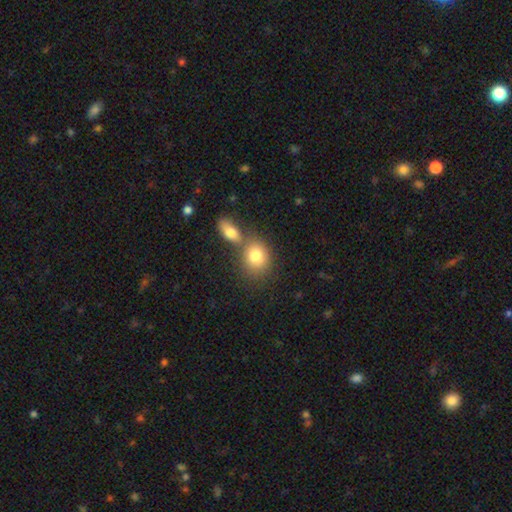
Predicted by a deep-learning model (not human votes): smooth-or-featured: smooth: 80% | featured or disk: 11% | star or artifact: 9%
  how-rounded: round: 51% | in between: 48% | cigar-shaped: 1%
  merging: none: 45% | merger: 41% | minor disturbance: 10% | major disturbance: 4%